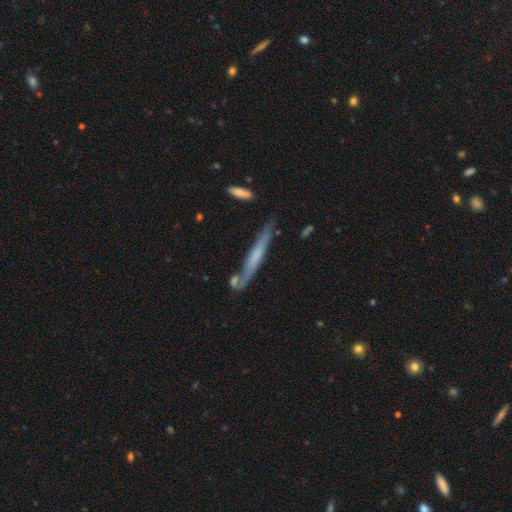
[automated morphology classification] The model was most divided on "smooth or featured": featured or disk: 54%, smooth: 39%, star or artifact: 7%. More confident: edge-on disk — yes (89%); merging — none (70%).